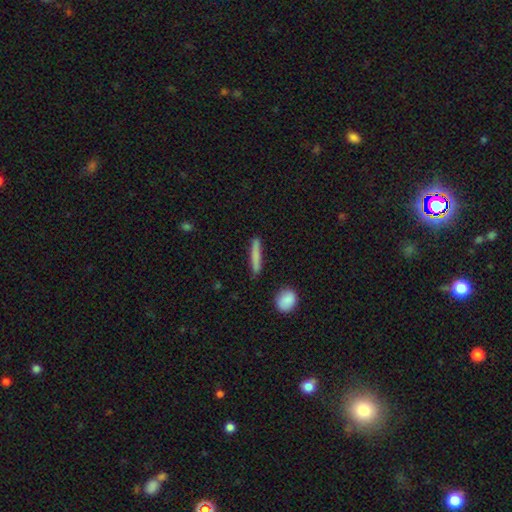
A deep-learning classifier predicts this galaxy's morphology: A smooth galaxy with no disk features (77%) that is cigar-shaped (93%).

Vote fractions:
- Smooth or featured? smooth: 77% / featured or disk: 17% / star or artifact: 6%
- How rounded? cigar-shaped: 93% / in between: 5% / round: 2%
- Merging? none: 87% / minor disturbance: 9% / merger: 2% / major disturbance: 2%